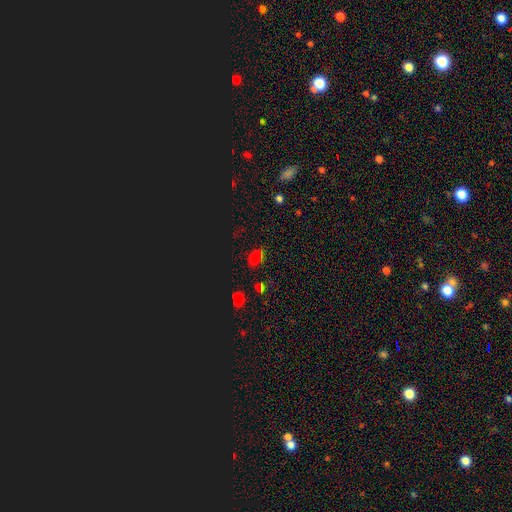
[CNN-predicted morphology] type=star or artifact (50%).